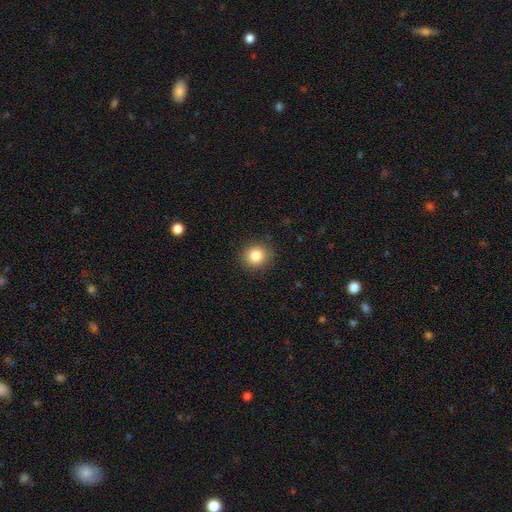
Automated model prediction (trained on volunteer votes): This is clearly a smooth galaxy (84%). How rounded: clearly round (86%). Merging: clearly none (88%).